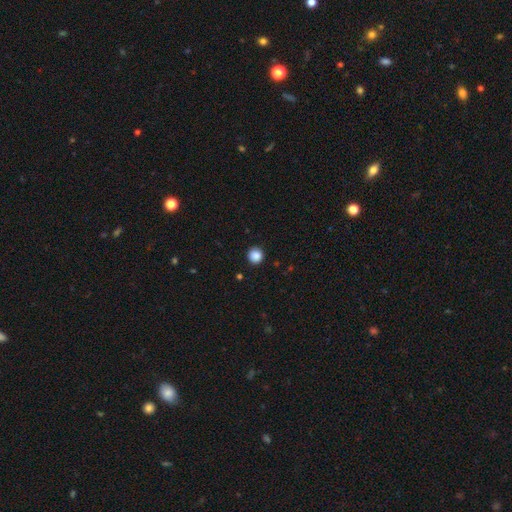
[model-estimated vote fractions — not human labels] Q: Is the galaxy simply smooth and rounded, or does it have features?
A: smooth — 88%.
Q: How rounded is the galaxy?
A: round — 94%.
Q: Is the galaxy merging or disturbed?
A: none — 92%.